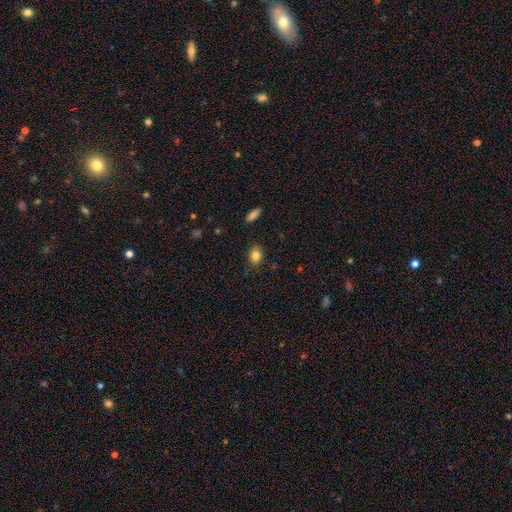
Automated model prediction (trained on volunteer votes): Smooth or featured? smooth (82%)
How rounded? in between (62%)
Merging? none (84%)